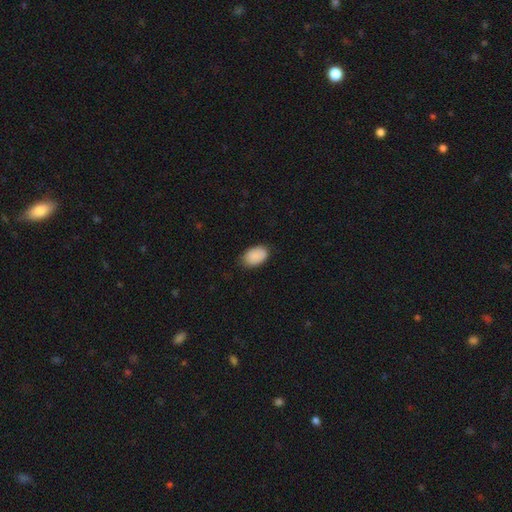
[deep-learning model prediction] Smooth or featured: smooth — 90% (star or artifact — 7%)
How rounded: in between — 91% (round — 8%)
Merging: none — 82% (minor disturbance — 15%)